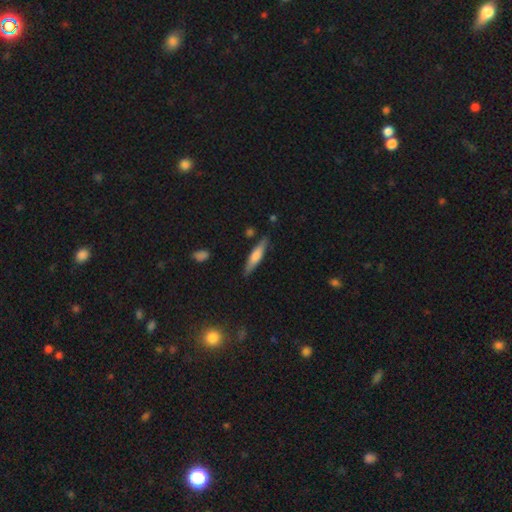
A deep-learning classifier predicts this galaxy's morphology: Overall: smooth (59%; featured or disk 35%). How rounded: cigar-shaped (80%). Merging: none (84%).